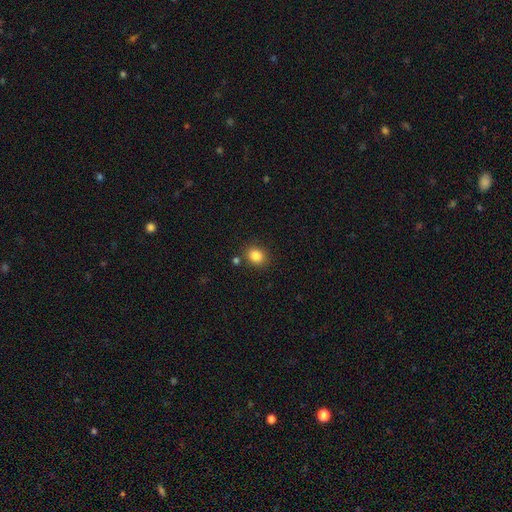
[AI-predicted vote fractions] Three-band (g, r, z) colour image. It shows a smooth galaxy with no disk features (85%) that is round (62%). Merging: none (82%).